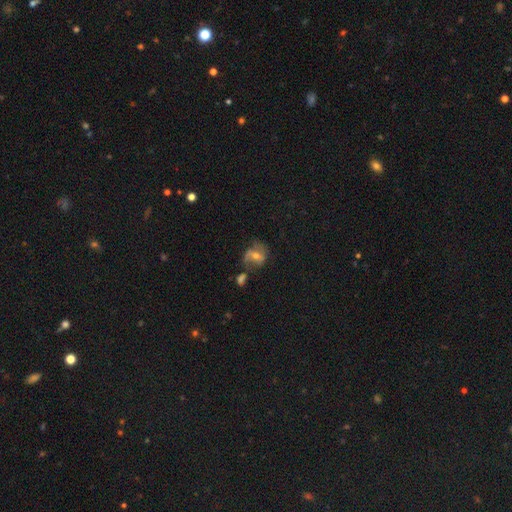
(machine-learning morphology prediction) featured or disk 57%, smooth 31%, star or artifact 12%. Down the decision tree: edge-on disk — no (96%); bar — weak (43%); spiral arms — yes (76%); bulge size — moderate (56%); merging — none (52%).